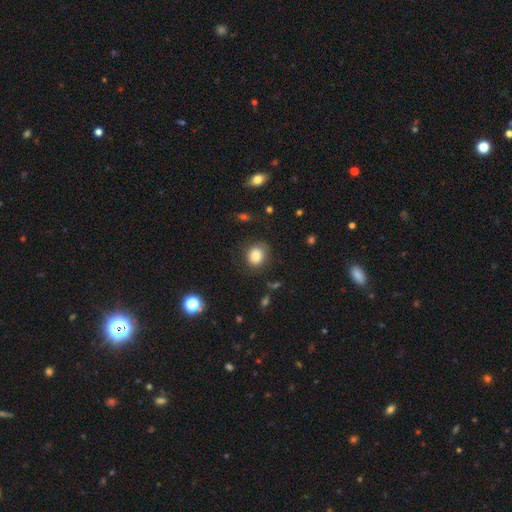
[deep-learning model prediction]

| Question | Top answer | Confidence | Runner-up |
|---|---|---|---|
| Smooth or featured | smooth | 82% | star or artifact (10%) |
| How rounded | round | 73% | in between (26%) |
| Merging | none | 81% | minor disturbance (13%) |